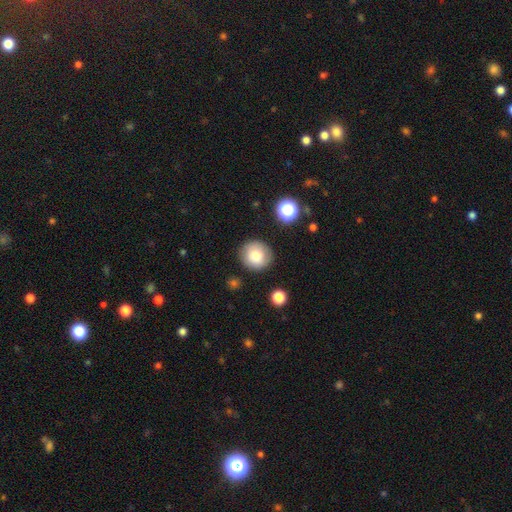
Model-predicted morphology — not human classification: Overall: smooth (79%). How rounded: round (90%). Merging: none (84%).